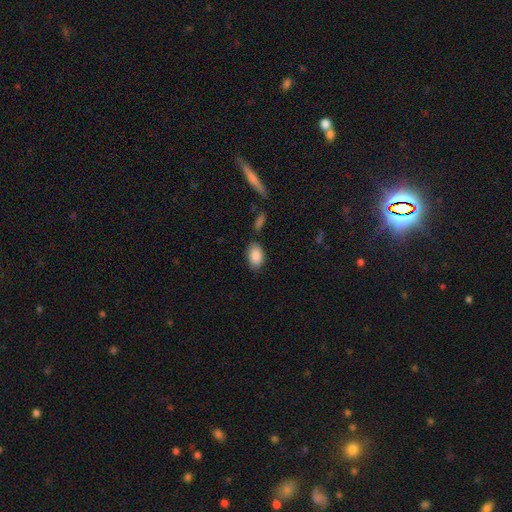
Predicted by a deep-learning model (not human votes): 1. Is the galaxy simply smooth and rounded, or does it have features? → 89% smooth, 7% star or artifact, 5% featured or disk.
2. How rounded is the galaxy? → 90% in between, 9% round, 2% cigar-shaped.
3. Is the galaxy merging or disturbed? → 77% none, 15% minor disturbance, 4% merger, 4% major disturbance.